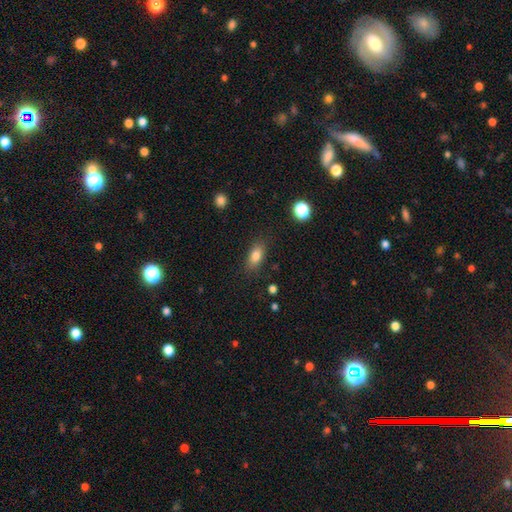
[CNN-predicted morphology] Smooth or featured?
  - smooth: 82% *
  - star or artifact: 10%
  - featured or disk: 8%
How rounded?
  - in between: 82% *
  - cigar-shaped: 10%
  - round: 8%
Merging?
  - none: 83% *
  - minor disturbance: 12%
  - major disturbance: 4%
  - merger: 2%